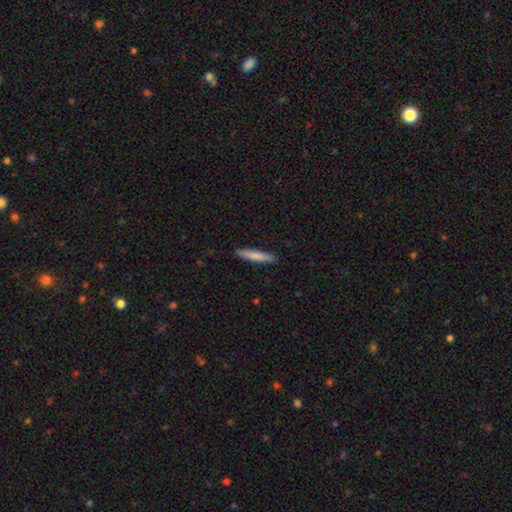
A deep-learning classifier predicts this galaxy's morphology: This is likely a smooth galaxy (79%). How rounded: clearly cigar-shaped (93%). Merging: clearly none (91%).